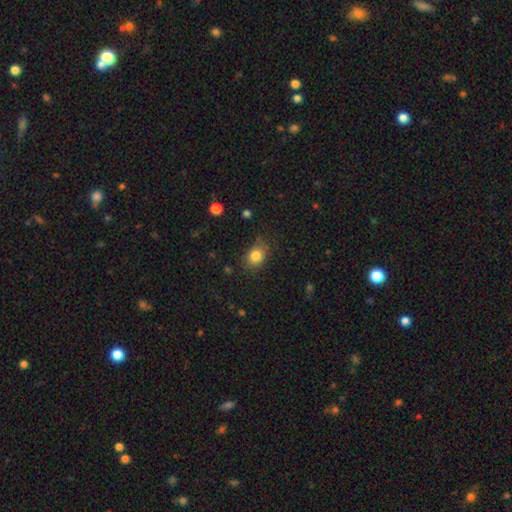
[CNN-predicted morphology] A smooth galaxy with no disk features (83%) that is in between round and cigar-shaped (51%).

Vote fractions:
- Smooth or featured? smooth: 83% / star or artifact: 10% / featured or disk: 6%
- How rounded? in between: 51% / round: 48% / cigar-shaped: 1%
- Merging? none: 77% / minor disturbance: 17% / major disturbance: 4% / merger: 2%